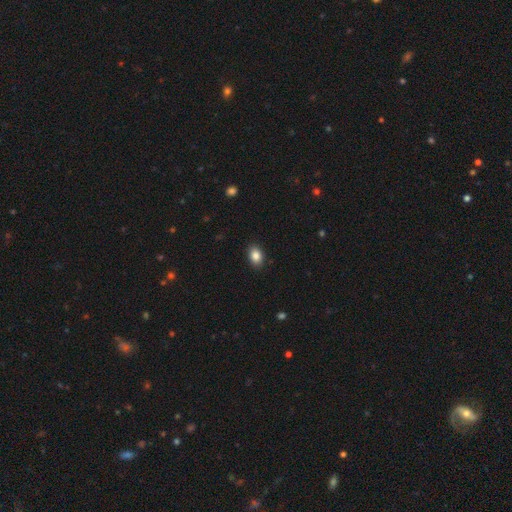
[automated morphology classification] Q: Smooth or featured?
A: smooth (87%); runner-up: star or artifact (8%)
Q: How rounded?
A: in between (77%); runner-up: round (22%)
Q: Merging?
A: none (89%); runner-up: minor disturbance (8%)